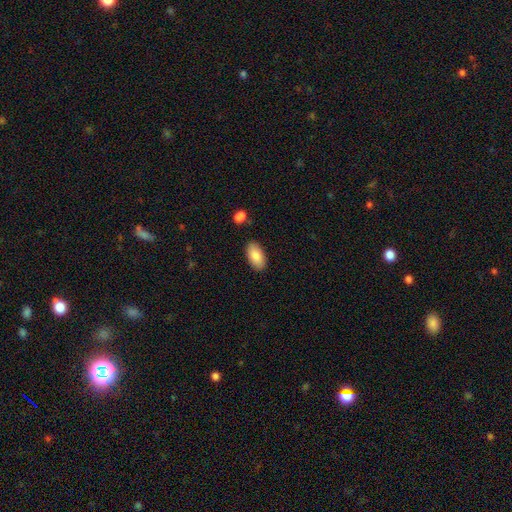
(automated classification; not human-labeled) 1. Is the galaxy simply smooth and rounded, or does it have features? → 86% smooth, 8% featured or disk, 6% star or artifact.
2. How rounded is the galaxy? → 95% in between, 3% round, 2% cigar-shaped.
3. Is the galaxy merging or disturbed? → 86% none, 9% minor disturbance, 2% major disturbance, 2% merger.